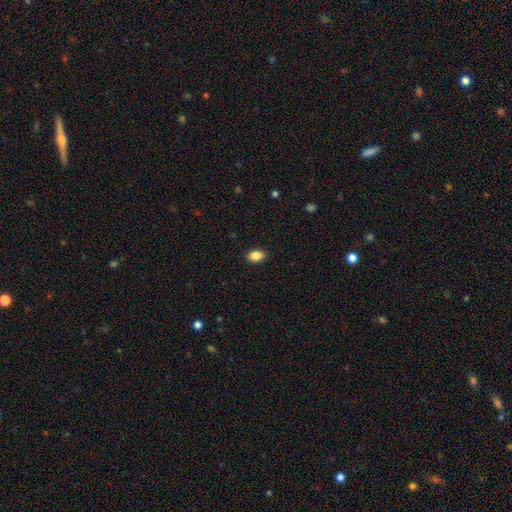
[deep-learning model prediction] This appears to be a smooth galaxy with no disk features (86%) that is in between round and cigar-shaped (88%). Merging: none (89%).